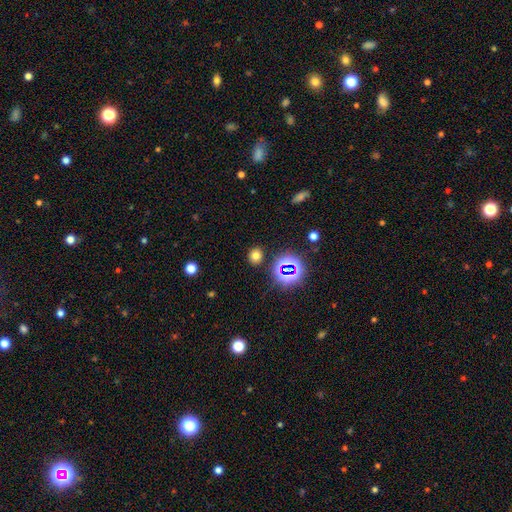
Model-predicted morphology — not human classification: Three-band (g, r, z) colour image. It shows a smooth galaxy with no disk features (69%) that is round (71%). Merging: none (87%).